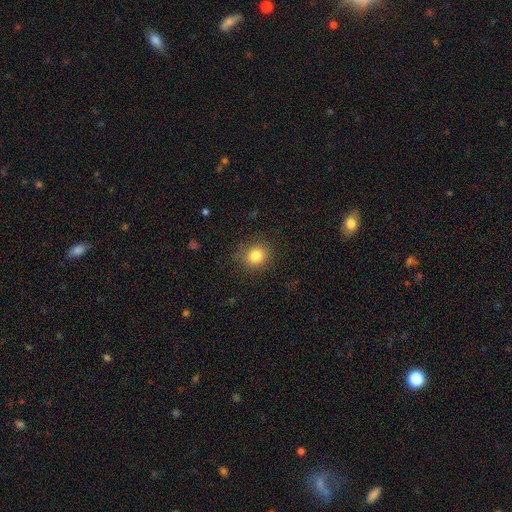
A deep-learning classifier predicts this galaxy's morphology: Smooth or featured: smooth — 83% (star or artifact — 11%)
How rounded: round — 76% (in between — 24%)
Merging: none — 85% (minor disturbance — 10%)